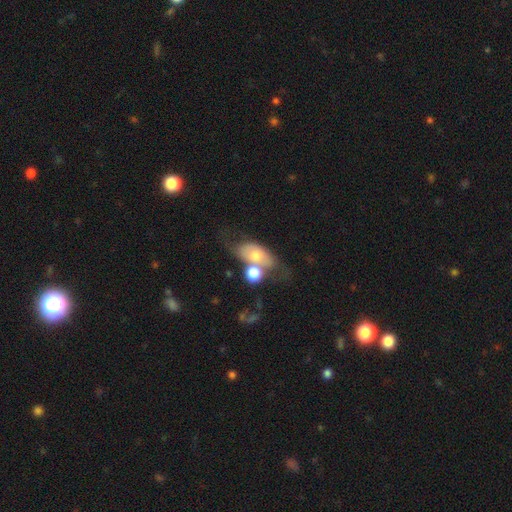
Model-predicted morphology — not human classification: smooth 54%, featured or disk 38%, star or artifact 8%. Down the decision tree: how rounded — in between (73%); merging — merger (45%).